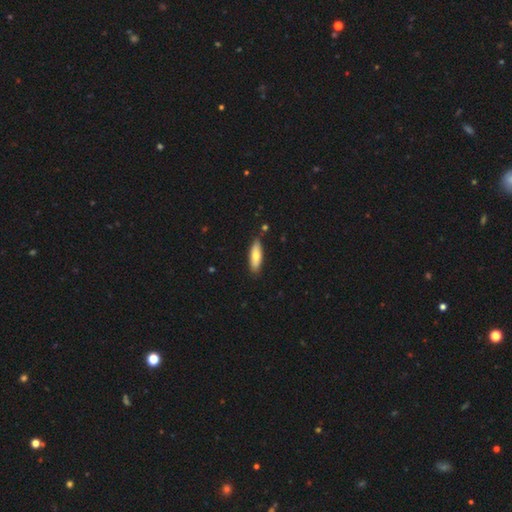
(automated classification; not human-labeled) Smooth or featured: smooth — 70% (featured or disk — 24%)
How rounded: in between — 51% (cigar-shaped — 47%)
Merging: none — 81% (minor disturbance — 14%)